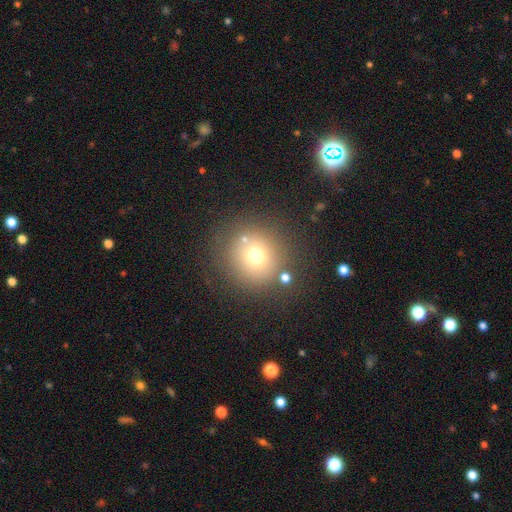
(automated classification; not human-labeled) The model was most divided on "smooth or featured": smooth: 69%, star or artifact: 17%, featured or disk: 14%. More confident: how rounded — round (93%); merging — none (79%).